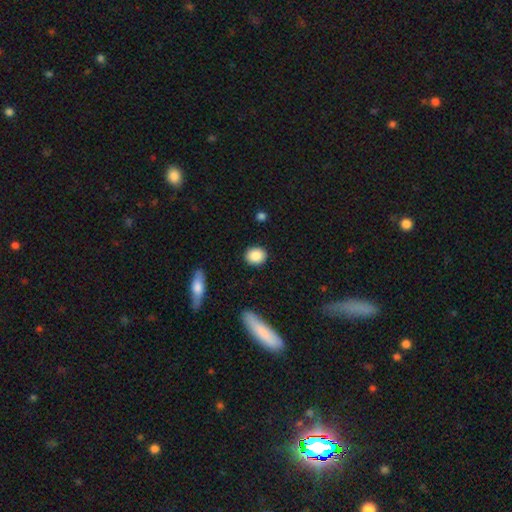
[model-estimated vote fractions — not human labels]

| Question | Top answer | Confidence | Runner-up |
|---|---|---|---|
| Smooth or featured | smooth | 88% | star or artifact (7%) |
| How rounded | round | 65% | in between (33%) |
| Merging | none | 88% | minor disturbance (8%) |